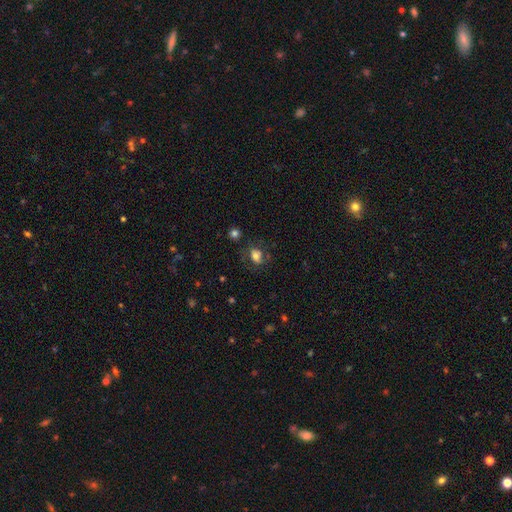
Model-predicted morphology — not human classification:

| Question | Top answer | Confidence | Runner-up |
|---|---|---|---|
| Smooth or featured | smooth | 68% | featured or disk (20%) |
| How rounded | in between | 65% | round (33%) |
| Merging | none | 63% | minor disturbance (20%) |